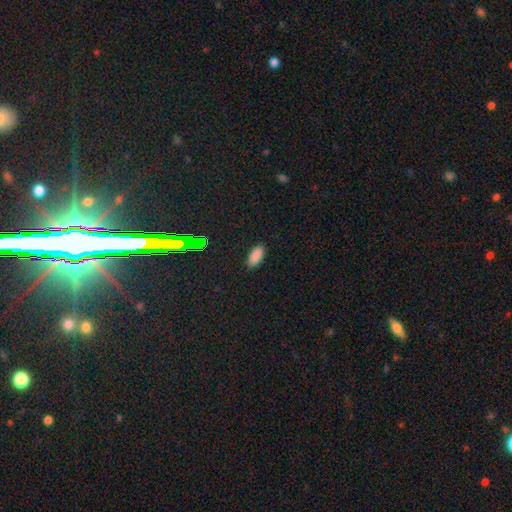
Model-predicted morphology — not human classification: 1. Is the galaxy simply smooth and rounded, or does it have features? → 85% smooth, 11% star or artifact, 4% featured or disk.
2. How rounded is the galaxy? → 91% in between, 6% cigar-shaped, 2% round.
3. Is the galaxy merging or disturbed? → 87% none, 9% minor disturbance, 2% major disturbance, 1% merger.